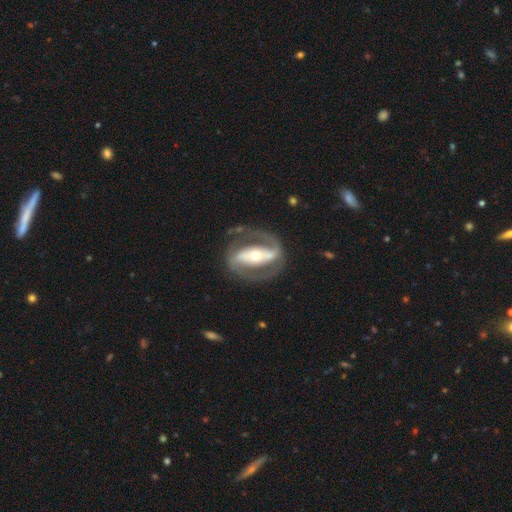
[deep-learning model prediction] Smooth or featured: featured or disk — 87% (smooth — 9%)
Edge-on disk: no — 95% (yes — 5%)
Bar: strong — 68% (no — 16%)
Spiral arms: yes — 88% (no — 12%)
Spiral winding: medium — 49% (tight — 35%)
Spiral arm count: 2 — 89% (1 — 4%)
Bulge size: moderate — 54% (small — 38%)
Merging: none — 78% (minor disturbance — 12%)